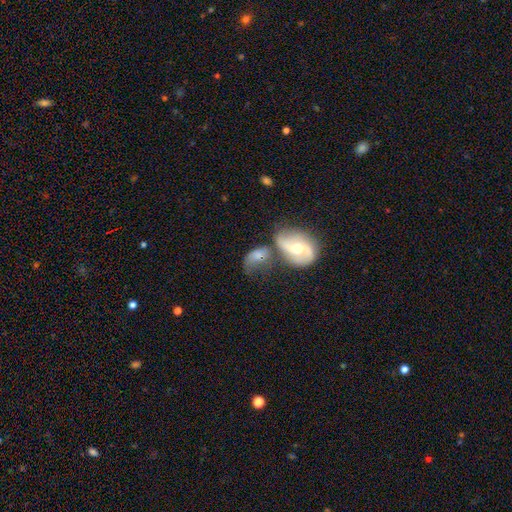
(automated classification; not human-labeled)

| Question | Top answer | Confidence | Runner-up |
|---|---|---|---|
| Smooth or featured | smooth | 47% | featured or disk (44%) |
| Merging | merger | 41% | none (23%) |